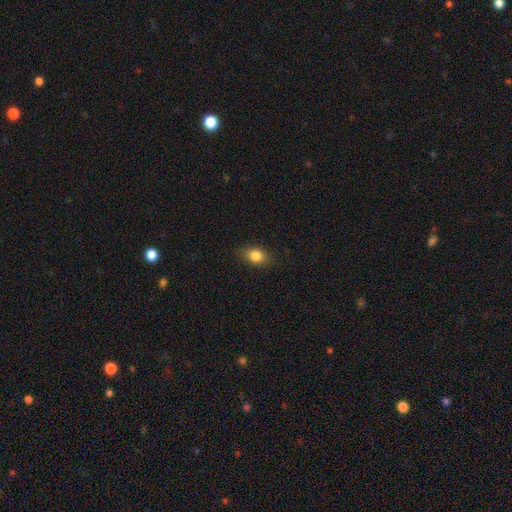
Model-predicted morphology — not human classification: Smooth or featured? Predicted: smooth (p=0.83). How rounded? Predicted: in between (p=0.75). Merging? Predicted: none (p=0.84).